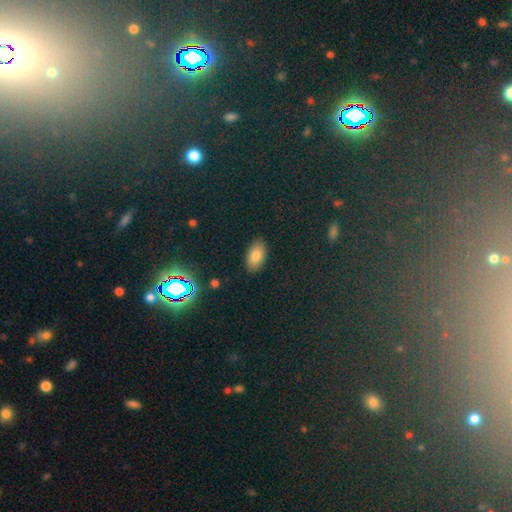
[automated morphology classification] Smooth or featured: smooth — 80% (star or artifact — 12%)
How rounded: in between — 93% (round — 4%)
Merging: none — 87% (minor disturbance — 9%)